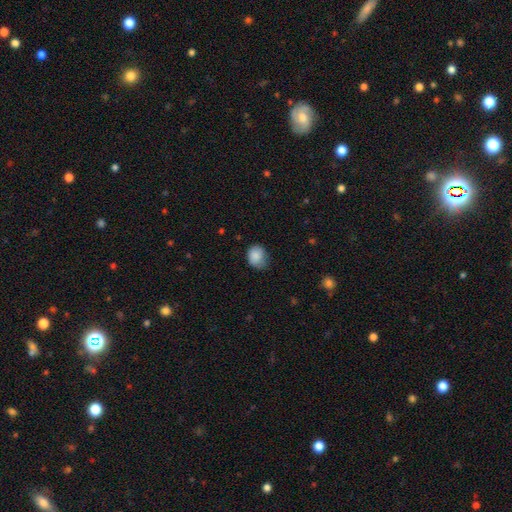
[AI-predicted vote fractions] smooth 87%, star or artifact 8%, featured or disk 5%. Down the decision tree: how rounded — round (57%); merging — none (60%).